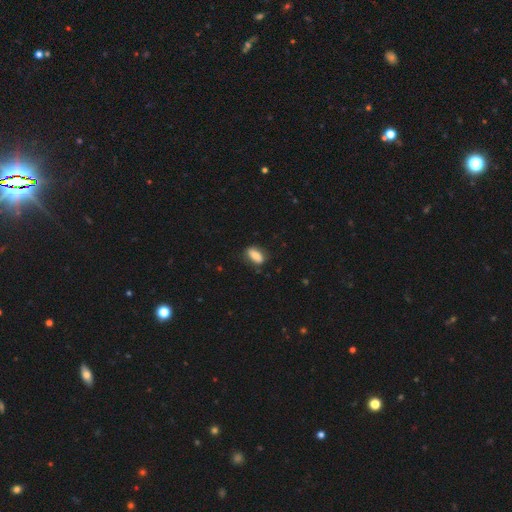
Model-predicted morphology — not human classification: Overall: smooth (77%). How rounded: in between (84%). Merging: none (77%).